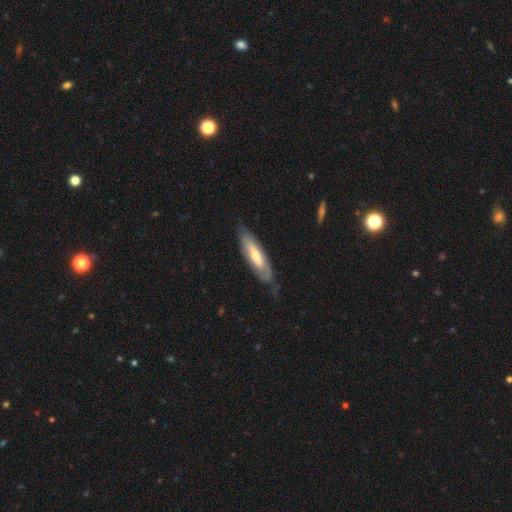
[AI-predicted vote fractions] This appears to be a featured or disk galaxy (57%). Merging: none (70%).